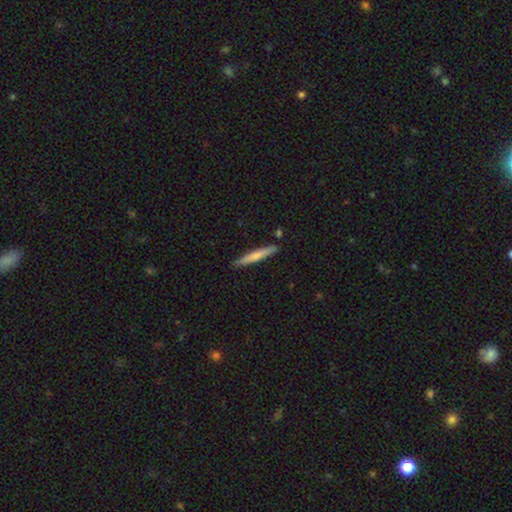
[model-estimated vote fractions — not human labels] The model was most divided on "smooth or featured": smooth: 67%, featured or disk: 28%, star or artifact: 5%. More confident: how rounded — cigar-shaped (95%); merging — none (86%).